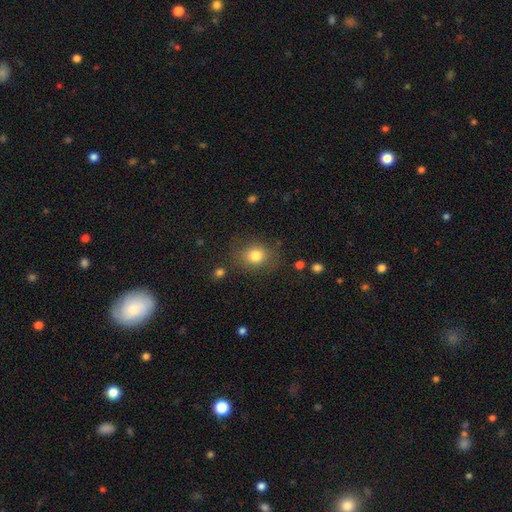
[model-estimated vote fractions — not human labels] Overall: smooth (81%). How rounded: round (63%; in between 36%). Merging: none (78%).